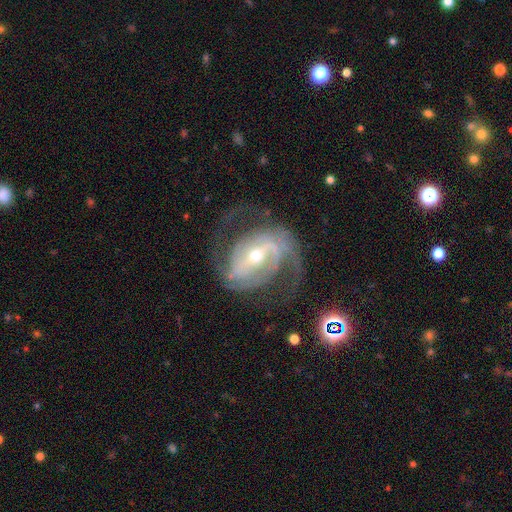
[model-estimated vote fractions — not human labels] This is clearly a featured or disk galaxy (90%). It is clearly not viewed edge-on (97%). Bar: possibly strong (49%). Spiral arm pattern: clearly yes (96%). Spiral arm count: likely 2 (72%). Spiral winding: possibly medium (50%). Central bulge: possibly small (53%). Merging: likely none (66%).